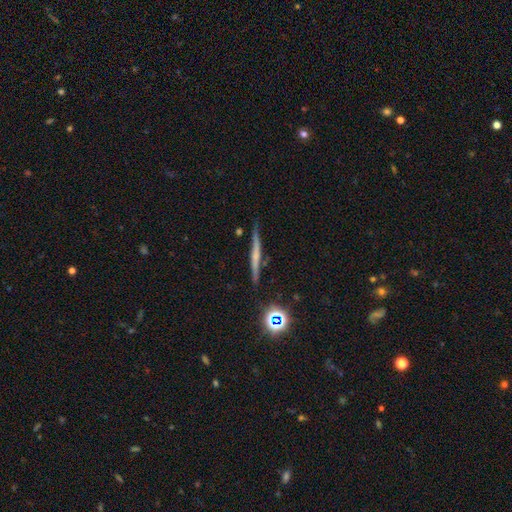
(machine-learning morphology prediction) The model was most divided on "edge-on bulge": none: 52%, rounded: 35%, boxy: 13%. More confident: edge-on disk — yes (96%); merging — none (84%); smooth or featured — featured or disk (56%).